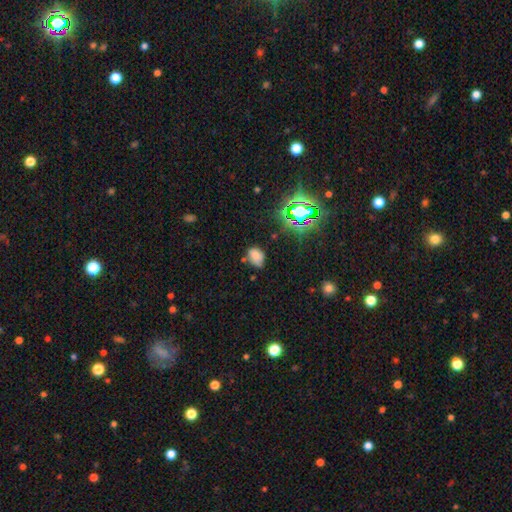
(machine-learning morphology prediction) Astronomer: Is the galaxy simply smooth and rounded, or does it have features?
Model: smooth — 70%.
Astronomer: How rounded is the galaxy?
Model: in between — 75%.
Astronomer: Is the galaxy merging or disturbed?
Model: none — 55% (runner-up: minor disturbance, 31%).